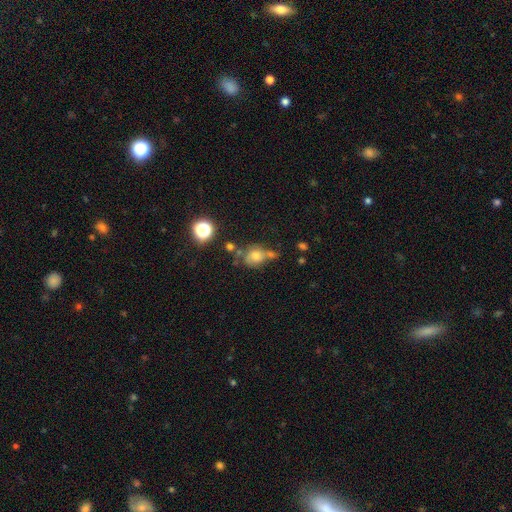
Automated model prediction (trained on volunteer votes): Morphology: type=smooth (65%); roundness=round (66%); merging=none (42%).